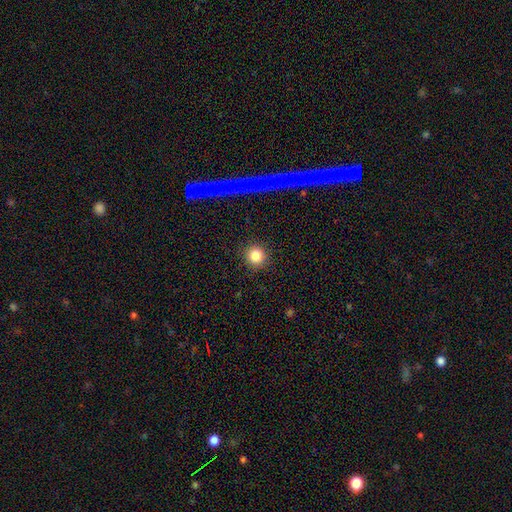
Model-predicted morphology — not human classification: smooth 84%, star or artifact 11%, featured or disk 5%. Down the decision tree: how rounded — round (93%); merging — none (91%).